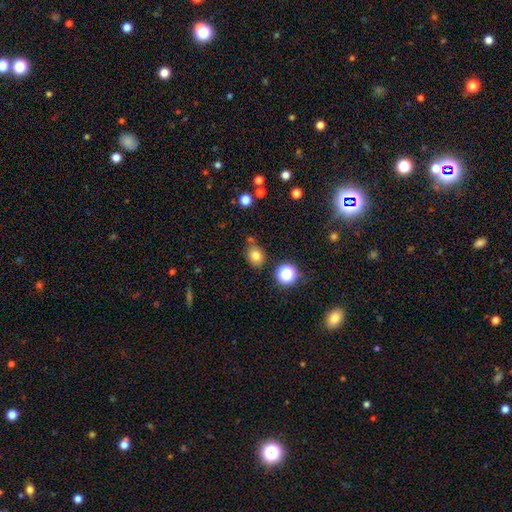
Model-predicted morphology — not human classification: Overall: smooth (78%). How rounded: round (63%; in between 36%). Merging: none (73%).